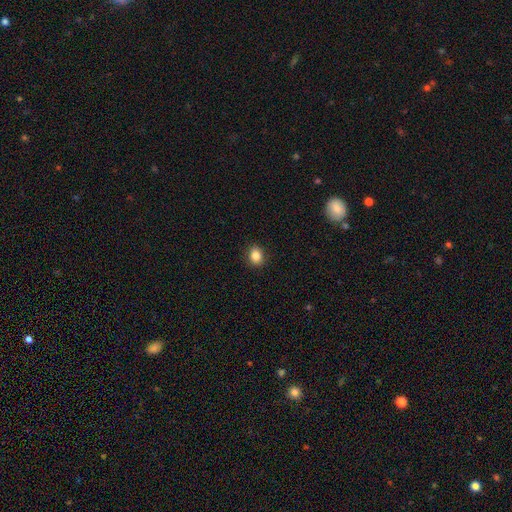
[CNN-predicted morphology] The model was most divided on "how rounded": round: 62%, in between: 37%, cigar-shaped: 1%. More confident: merging — none (90%); smooth or featured — smooth (86%).